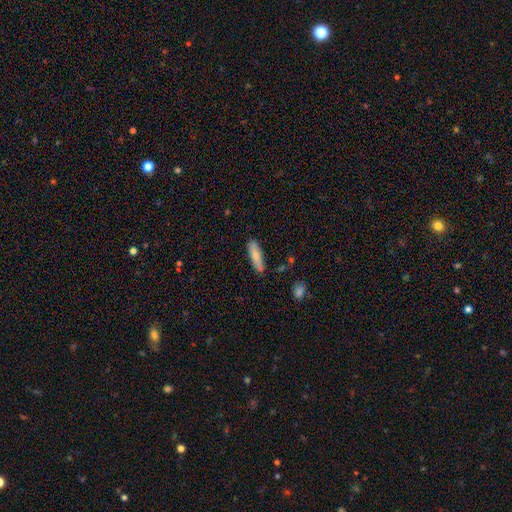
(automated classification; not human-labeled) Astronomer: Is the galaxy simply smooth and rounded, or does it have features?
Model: smooth — 75%.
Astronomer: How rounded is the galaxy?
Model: cigar-shaped — 66%.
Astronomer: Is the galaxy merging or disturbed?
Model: none — 81%.